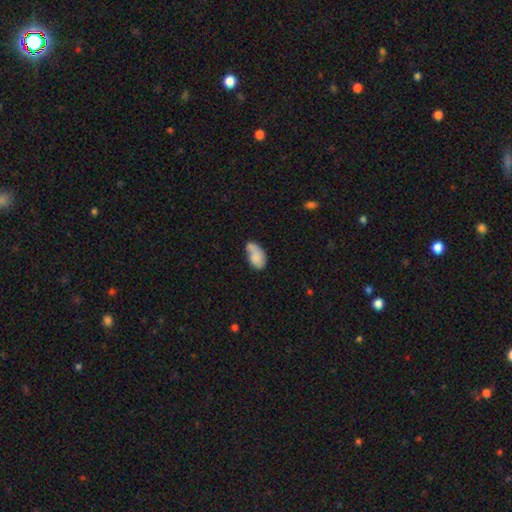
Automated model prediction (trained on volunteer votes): This appears to be a smooth galaxy with no disk features (76%) that is in between round and cigar-shaped (92%). Merging: none (36%).